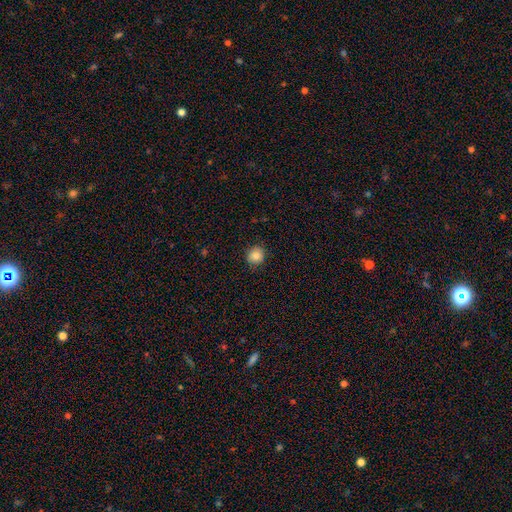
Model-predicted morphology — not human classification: Smooth or featured?
  - smooth: 84% *
  - star or artifact: 10%
  - featured or disk: 6%
How rounded?
  - round: 87% *
  - in between: 12%
  - cigar-shaped: 1%
Merging?
  - none: 89% *
  - minor disturbance: 8%
  - major disturbance: 2%
  - merger: 1%